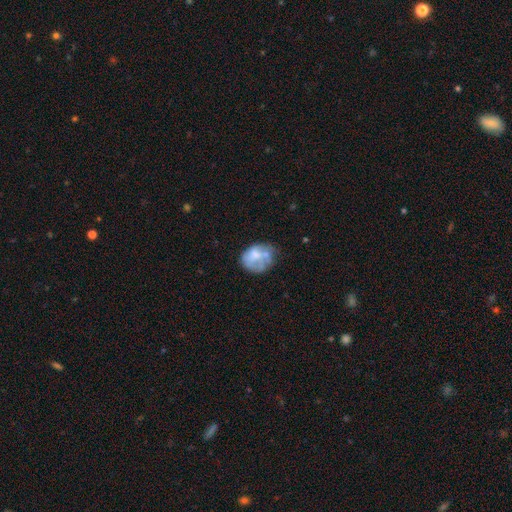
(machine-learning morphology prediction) Overall: smooth (50%; featured or disk 41%). How rounded: round (54%; in between 45%). Merging: none (41%; minor disturbance 27%).